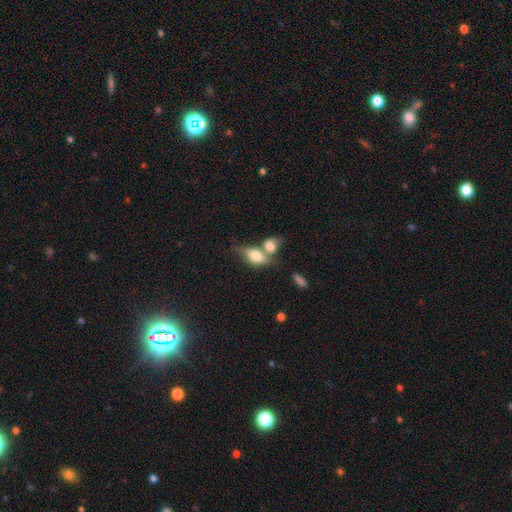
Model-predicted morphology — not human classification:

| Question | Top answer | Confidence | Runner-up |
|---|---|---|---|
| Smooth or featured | smooth | 72% | featured or disk (21%) |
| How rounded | in between | 80% | round (12%) |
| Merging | merger | 57% | none (27%) |